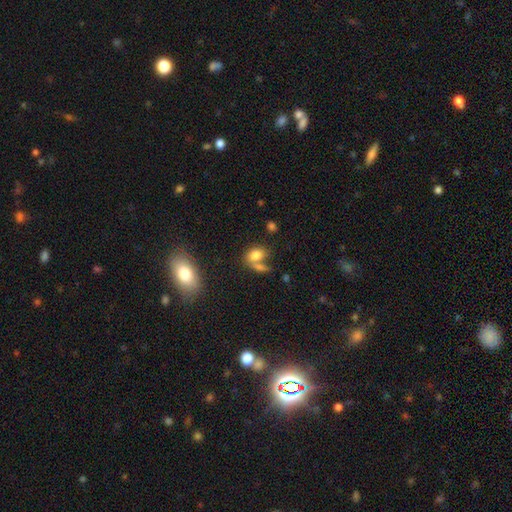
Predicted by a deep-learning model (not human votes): smooth_or_featured: smooth (p=0.79) [alt: featured or disk p=0.11]
how_rounded: in between (p=0.79) [alt: round p=0.18]
merging: merger (p=0.41) [alt: none p=0.40]